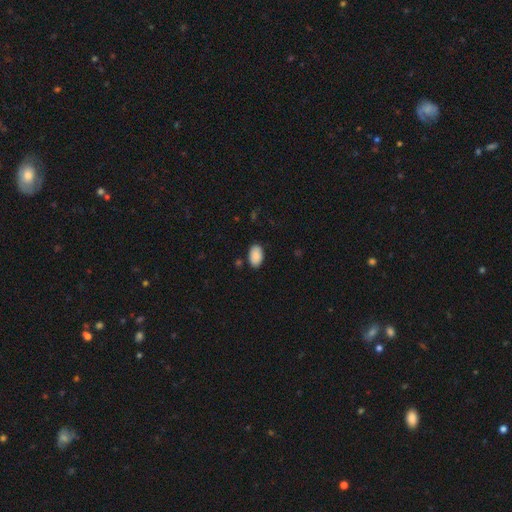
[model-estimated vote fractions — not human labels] Smooth or featured? Predicted: smooth (p=0.90). How rounded? Predicted: in between (p=0.93). Merging? Predicted: none (p=0.85).